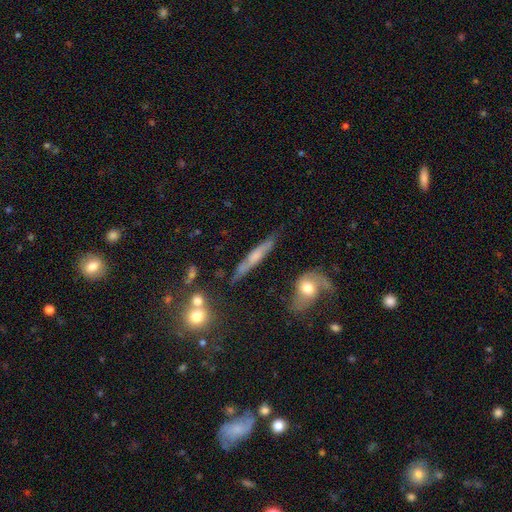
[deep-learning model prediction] This is possibly a featured or disk galaxy (48%). Merging: likely none (71%).